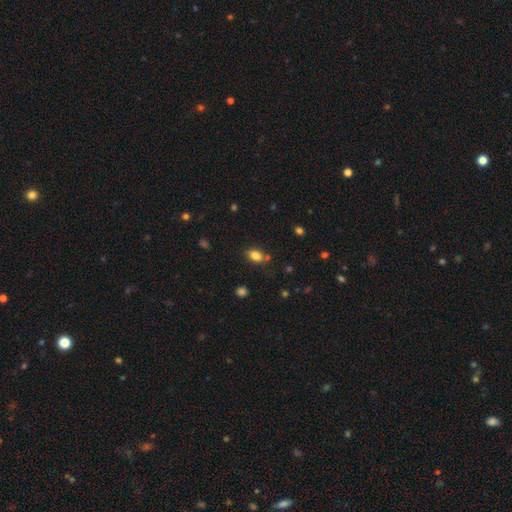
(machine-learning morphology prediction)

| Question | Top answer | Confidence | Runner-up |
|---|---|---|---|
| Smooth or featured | smooth | 83% | star or artifact (11%) |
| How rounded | in between | 86% | round (11%) |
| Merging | none | 71% | minor disturbance (15%) |